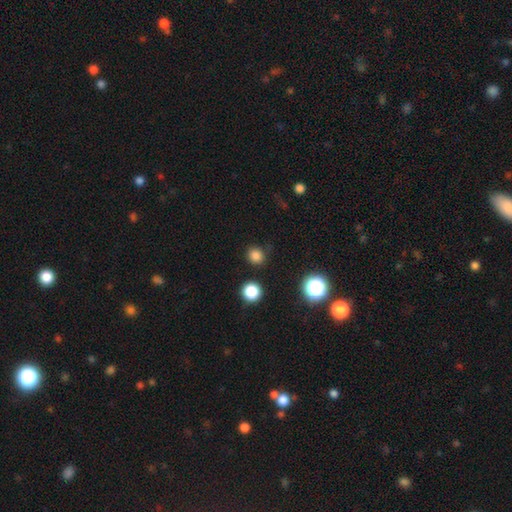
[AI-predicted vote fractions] The model was most divided on "smooth or featured": smooth: 79%, star or artifact: 17%, featured or disk: 4%. More confident: how rounded — round (91%); merging — none (86%).